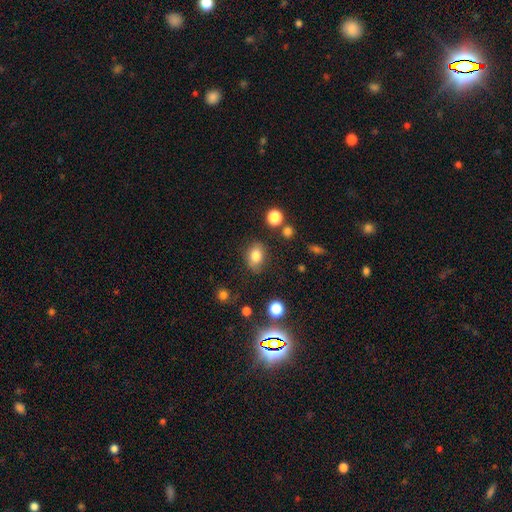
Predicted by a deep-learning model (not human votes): smooth_or_featured: smooth (p=0.80) [alt: star or artifact p=0.11]
how_rounded: in between (p=0.69) [alt: round p=0.30]
merging: none (p=0.75) [alt: minor disturbance p=0.17]